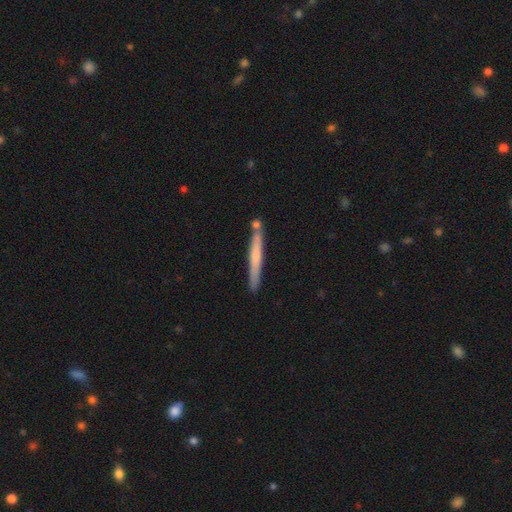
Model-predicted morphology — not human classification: A smooth galaxy with no disk features (54%) that is cigar-shaped (96%).

Vote fractions:
- Smooth or featured? smooth: 54% / featured or disk: 41% / star or artifact: 6%
- How rounded? cigar-shaped: 96% / in between: 2% / round: 1%
- Merging? none: 75% / minor disturbance: 12% / merger: 10% / major disturbance: 2%